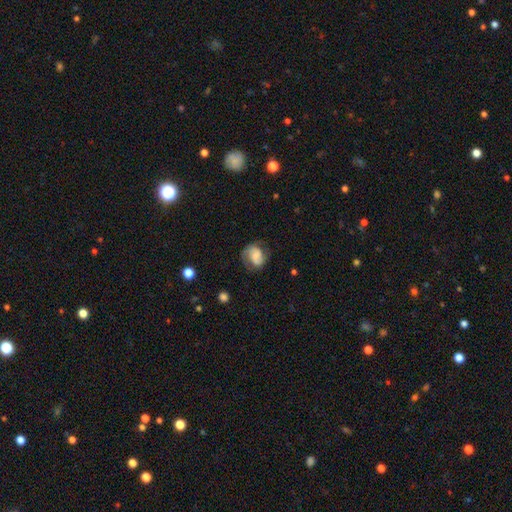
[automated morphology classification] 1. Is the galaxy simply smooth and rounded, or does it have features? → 47% featured or disk, 45% smooth, 8% star or artifact.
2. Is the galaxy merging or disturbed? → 54% none, 27% minor disturbance, 17% major disturbance, 2% merger.